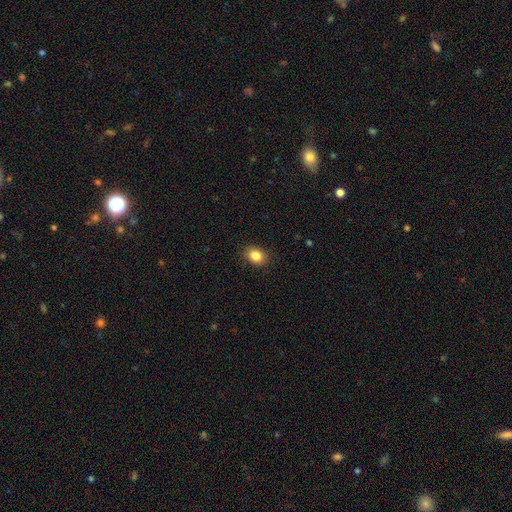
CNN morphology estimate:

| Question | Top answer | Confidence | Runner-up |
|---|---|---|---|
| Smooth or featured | smooth | 86% | star or artifact (9%) |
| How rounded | in between | 64% | round (35%) |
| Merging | none | 89% | minor disturbance (8%) |